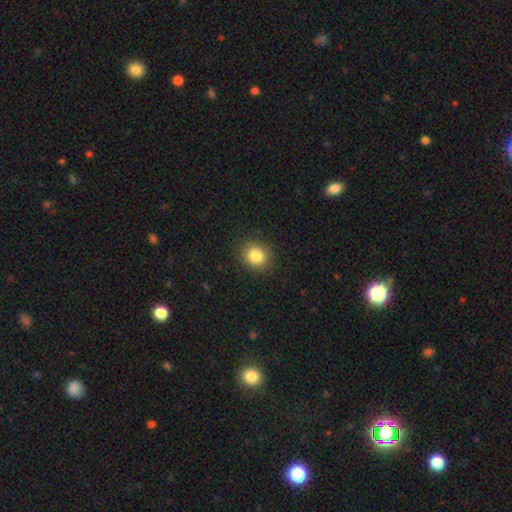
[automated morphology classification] This appears to be a smooth galaxy with no disk features (84%) that is round (83%). Merging: none (90%).